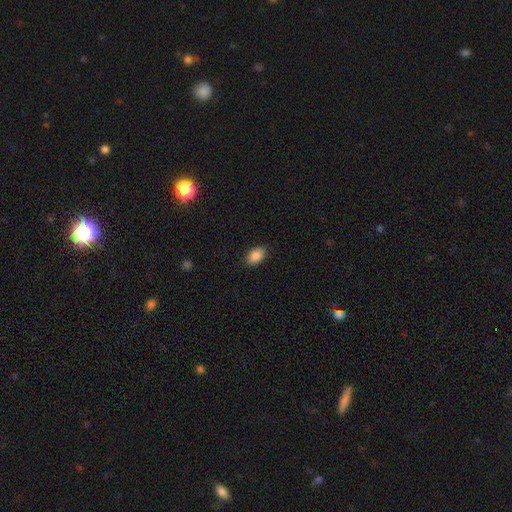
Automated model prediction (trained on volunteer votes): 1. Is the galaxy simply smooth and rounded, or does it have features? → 87% smooth, 8% star or artifact, 5% featured or disk.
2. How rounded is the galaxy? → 91% in between, 8% round, 1% cigar-shaped.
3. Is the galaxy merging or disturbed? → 87% none, 10% minor disturbance, 2% major disturbance, 1% merger.